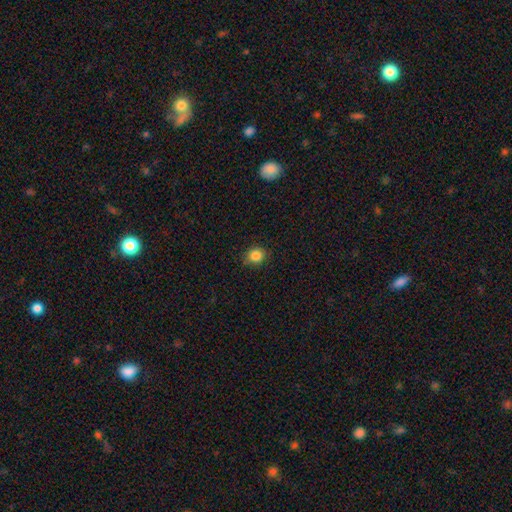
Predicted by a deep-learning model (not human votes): smooth_or_featured: smooth (p=0.85) [alt: star or artifact p=0.11]
how_rounded: round (p=0.79) [alt: in between p=0.20]
merging: none (p=0.84) [alt: minor disturbance p=0.13]